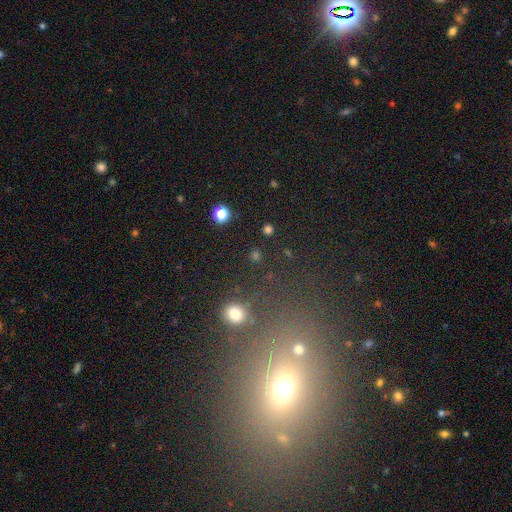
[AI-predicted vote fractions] Q: Smooth or featured?
A: smooth (66%); runner-up: star or artifact (27%)
Q: How rounded?
A: round (90%); runner-up: in between (8%)
Q: Merging?
A: none (86%); runner-up: minor disturbance (6%)